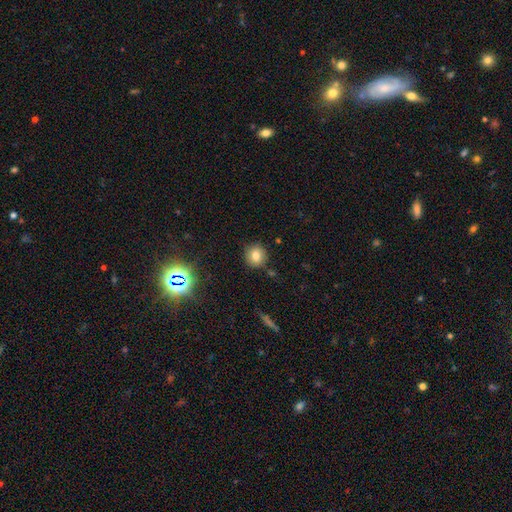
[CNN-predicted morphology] type=smooth (78%); roundness=round (88%); merging=none (86%).